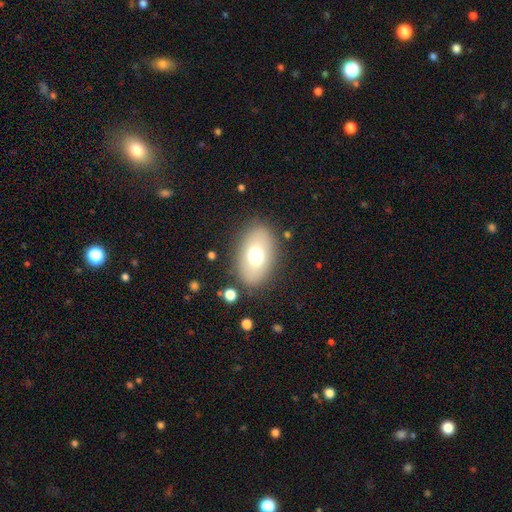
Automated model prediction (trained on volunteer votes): Q: Smooth or featured?
A: smooth (68%); runner-up: featured or disk (21%)
Q: How rounded?
A: in between (84%); runner-up: round (14%)
Q: Merging?
A: none (83%); runner-up: minor disturbance (10%)